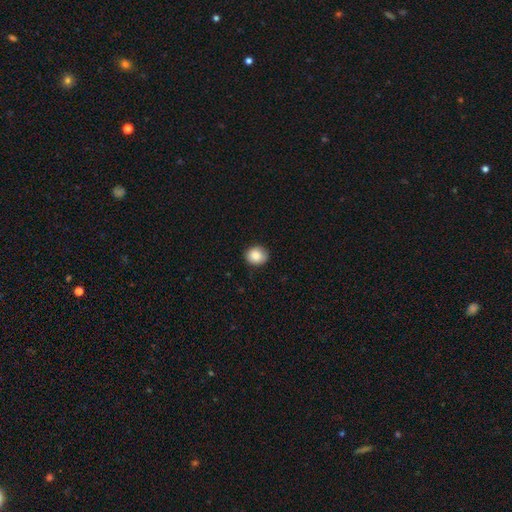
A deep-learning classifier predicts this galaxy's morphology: This is clearly a smooth galaxy (87%). How rounded: likely round (75%). Merging: clearly none (84%).